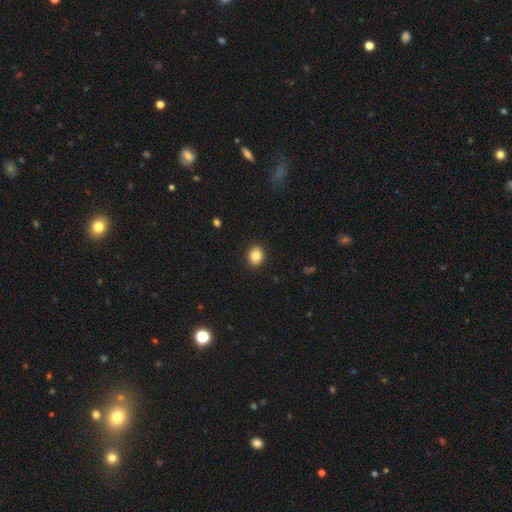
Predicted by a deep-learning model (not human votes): The model was most divided on "how rounded": round: 64%, in between: 35%, cigar-shaped: 1%. More confident: merging — none (91%); smooth or featured — smooth (85%).